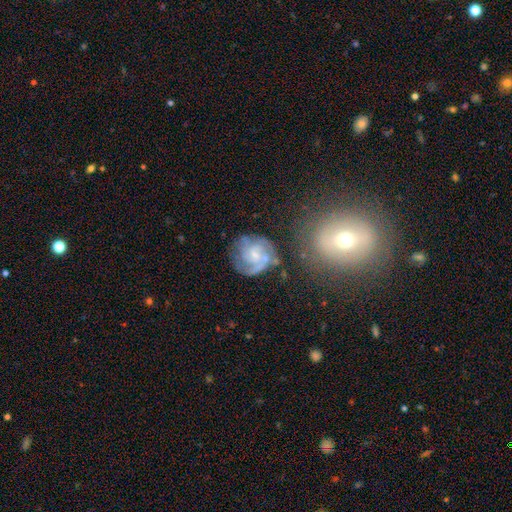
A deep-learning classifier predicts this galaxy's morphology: Smooth or featured? featured or disk (78%)
Edge-on disk? no (98%)
Bar? no (57%)
Spiral arms? yes (92%)
Spiral winding? tight (48%)
Spiral arm count? 2 (31%)
Bulge size? small (59%)
Merging? none (55%)